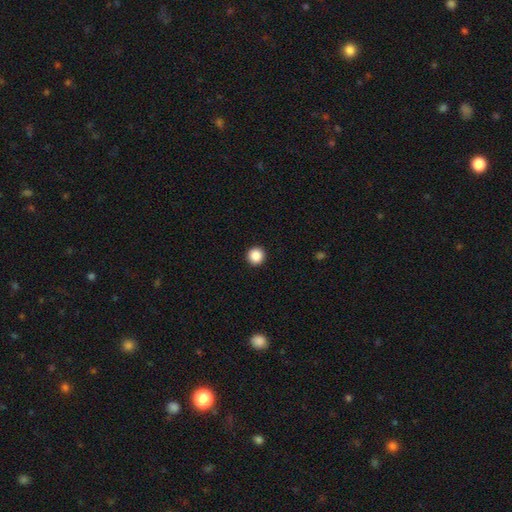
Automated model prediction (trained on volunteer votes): Overall: smooth (88%). How rounded: round (96%). Merging: none (94%).